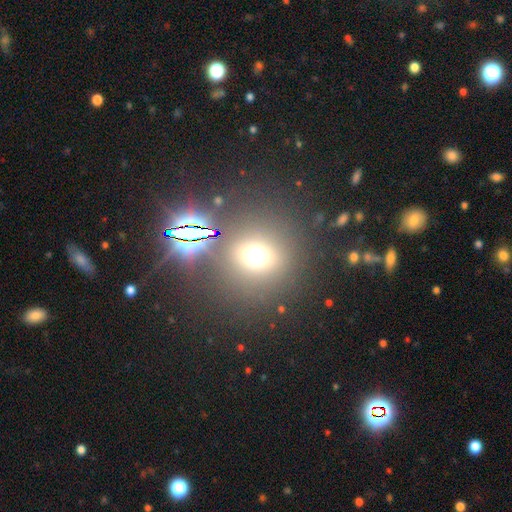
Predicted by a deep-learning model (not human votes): Smooth or featured?
  - smooth: 57% *
  - star or artifact: 34%
  - featured or disk: 9%
How rounded?
  - round: 88% *
  - in between: 11%
  - cigar-shaped: 1%
Merging?
  - none: 78% *
  - minor disturbance: 8%
  - merger: 8%
  - major disturbance: 6%